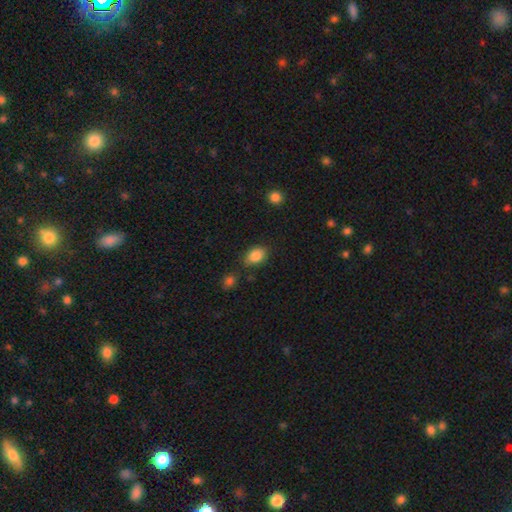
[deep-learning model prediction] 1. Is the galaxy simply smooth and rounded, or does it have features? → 86% smooth, 8% star or artifact, 5% featured or disk.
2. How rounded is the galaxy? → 79% in between, 20% round, 1% cigar-shaped.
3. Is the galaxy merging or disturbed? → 77% none, 15% minor disturbance, 4% merger, 4% major disturbance.